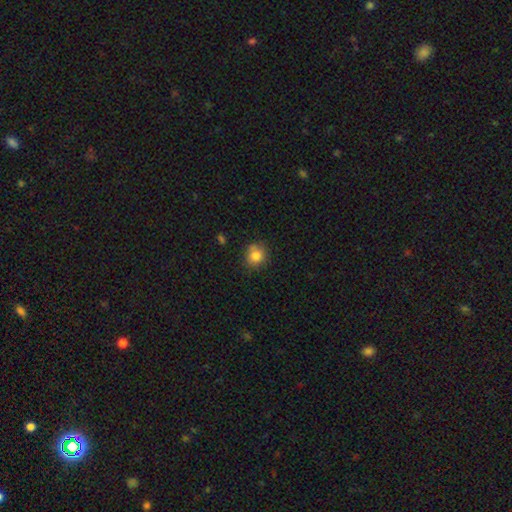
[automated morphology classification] type=smooth (83%); roundness=round (85%); merging=none (81%).